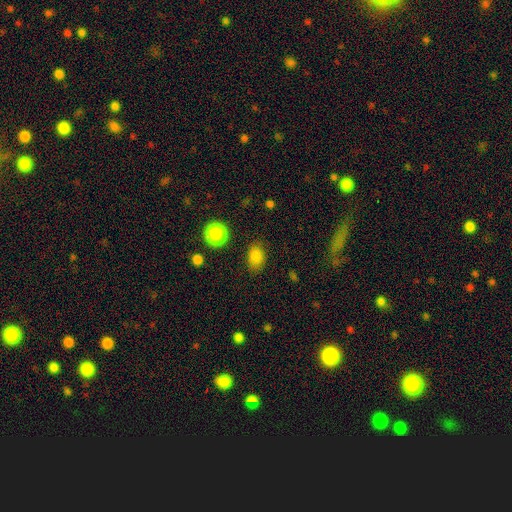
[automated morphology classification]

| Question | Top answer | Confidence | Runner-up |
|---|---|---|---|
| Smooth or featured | smooth | 83% | star or artifact (12%) |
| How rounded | in between | 77% | round (21%) |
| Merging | none | 83% | minor disturbance (12%) |